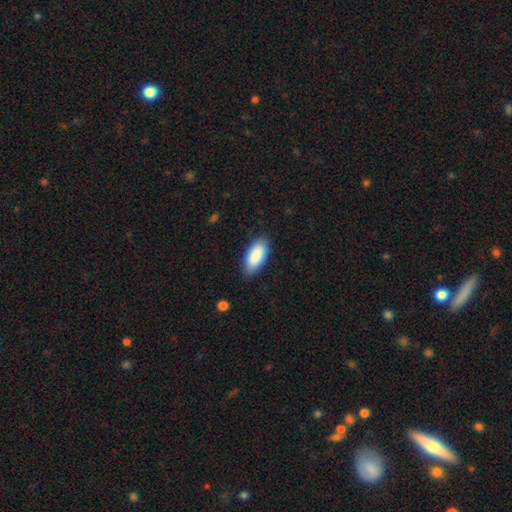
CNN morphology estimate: A smooth galaxy with no disk features (89%) that is in between round and cigar-shaped (89%). Merging: none (85%).